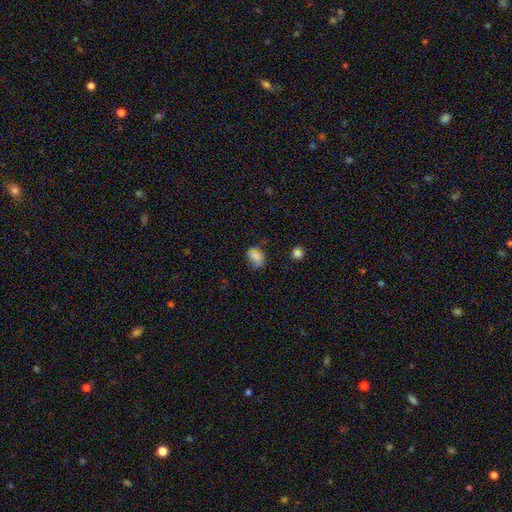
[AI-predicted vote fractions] smooth_or_featured: smooth (p=0.74) [alt: featured or disk p=0.15]
how_rounded: in between (p=0.69) [alt: round p=0.30]
merging: none (p=0.52) [alt: minor disturbance p=0.32]